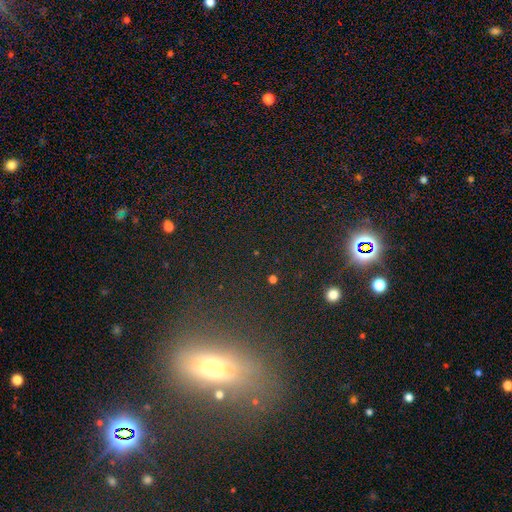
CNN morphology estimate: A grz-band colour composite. It shows a star or artifact, not a galaxy (41%).